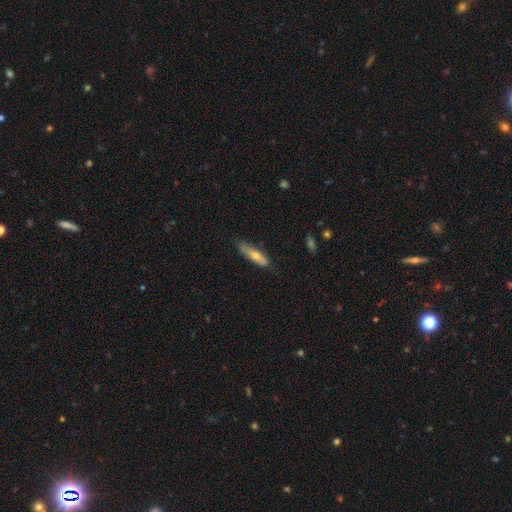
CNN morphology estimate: smooth-or-featured: smooth: 65% | featured or disk: 29% | star or artifact: 6%
  how-rounded: cigar-shaped: 63% | in between: 35% | round: 2%
  merging: none: 73% | minor disturbance: 22% | major disturbance: 4% | merger: 2%